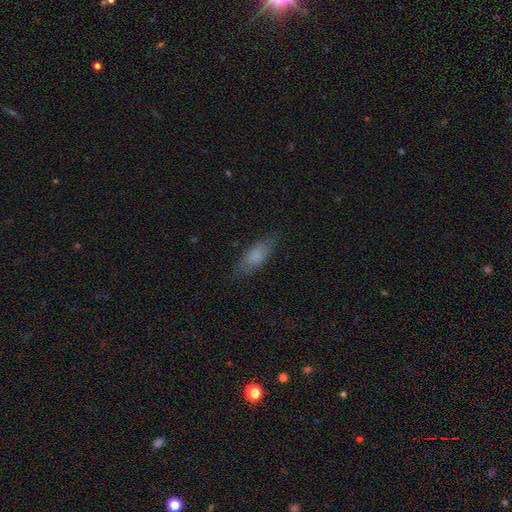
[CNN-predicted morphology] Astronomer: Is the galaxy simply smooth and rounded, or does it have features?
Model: smooth — 75%.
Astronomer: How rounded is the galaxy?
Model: in between — 63%.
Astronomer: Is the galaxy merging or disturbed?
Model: none — 79%.